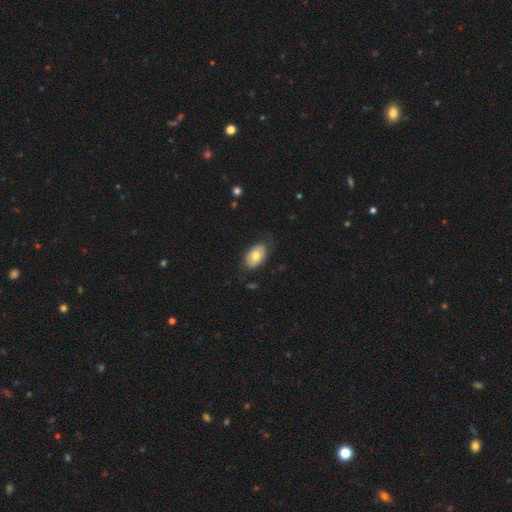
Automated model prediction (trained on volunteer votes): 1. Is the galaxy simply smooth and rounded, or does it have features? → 69% smooth, 24% featured or disk, 6% star or artifact.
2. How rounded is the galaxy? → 91% in between, 8% round, 1% cigar-shaped.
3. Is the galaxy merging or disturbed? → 79% none, 16% minor disturbance, 4% major disturbance, 1% merger.